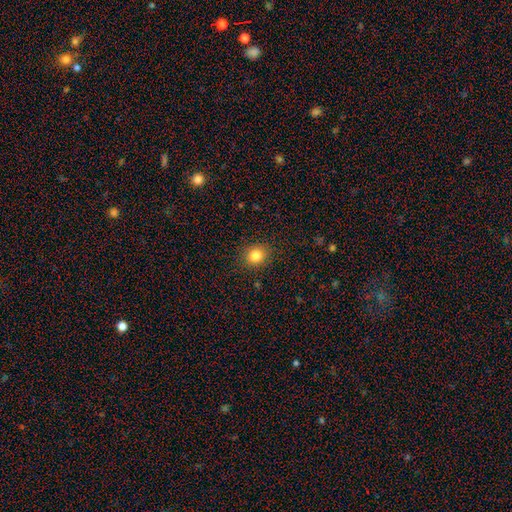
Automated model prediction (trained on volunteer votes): smooth_or_featured: smooth (p=0.84) [alt: star or artifact p=0.11]
how_rounded: round (p=0.75) [alt: in between p=0.24]
merging: none (p=0.89) [alt: minor disturbance p=0.08]